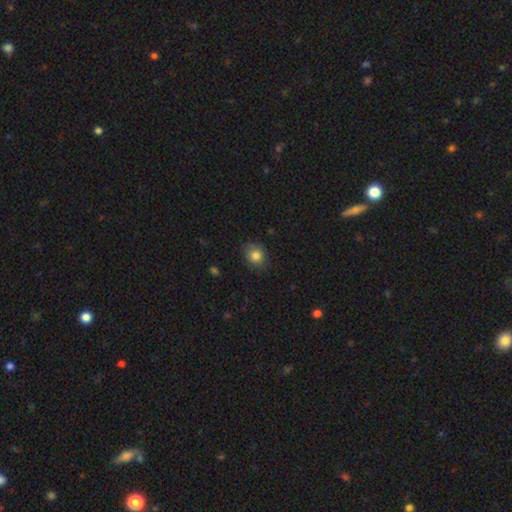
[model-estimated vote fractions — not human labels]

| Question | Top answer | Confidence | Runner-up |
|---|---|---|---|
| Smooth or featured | smooth | 83% | star or artifact (10%) |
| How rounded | round | 73% | in between (26%) |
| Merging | none | 77% | minor disturbance (18%) |